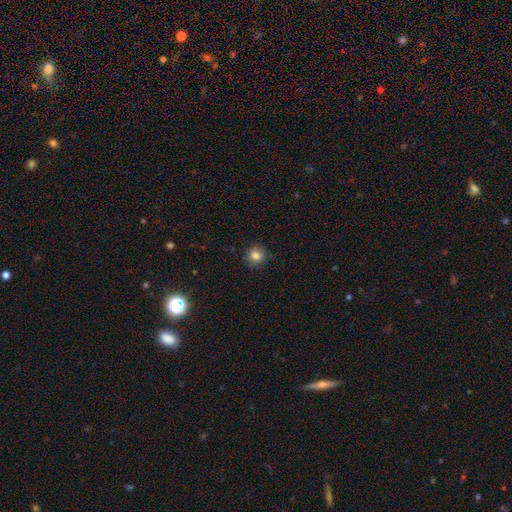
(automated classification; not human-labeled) smooth 82%, star or artifact 12%, featured or disk 6%. Down the decision tree: how rounded — round (92%); merging — none (90%).